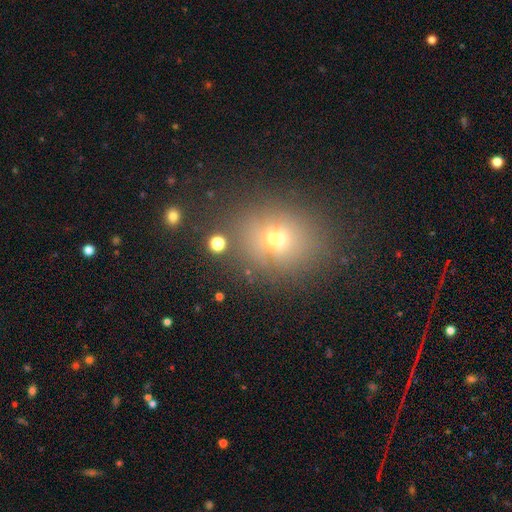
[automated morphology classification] smooth 63%, star or artifact 25%, featured or disk 12%. Down the decision tree: how rounded — round (58%); merging — none (81%).